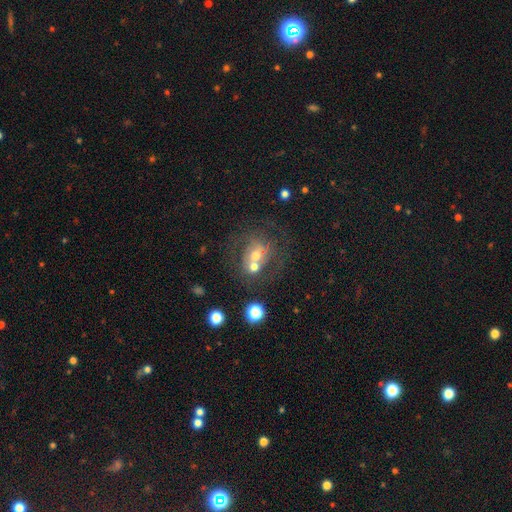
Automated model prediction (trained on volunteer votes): Smooth or featured: featured or disk — 46% (smooth — 39%)
Merging: merger — 39% (none — 37%)